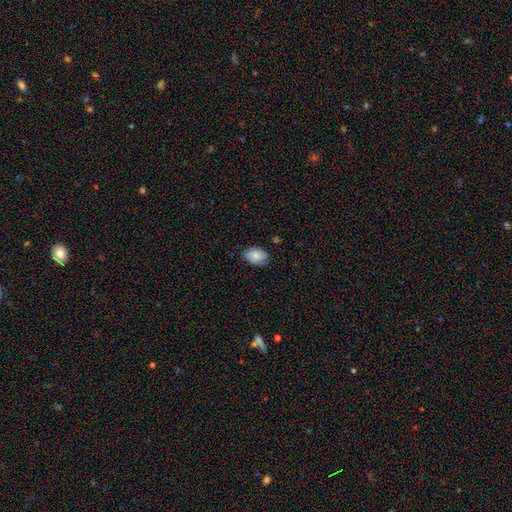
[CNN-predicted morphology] This is clearly a smooth galaxy (82%). How rounded: clearly in between (83%). Merging: clearly none (80%).